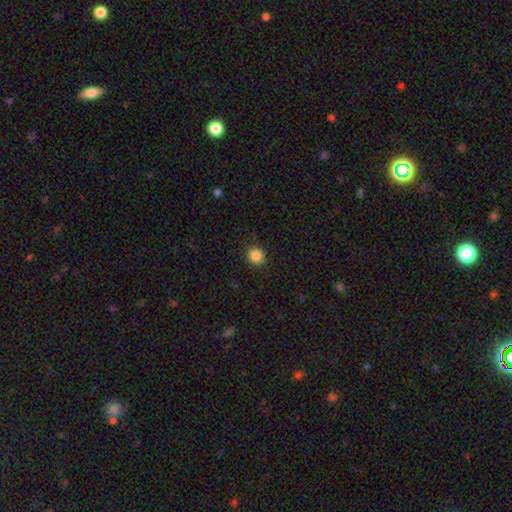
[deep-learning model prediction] Overall: smooth (86%). How rounded: round (90%). Merging: none (91%).